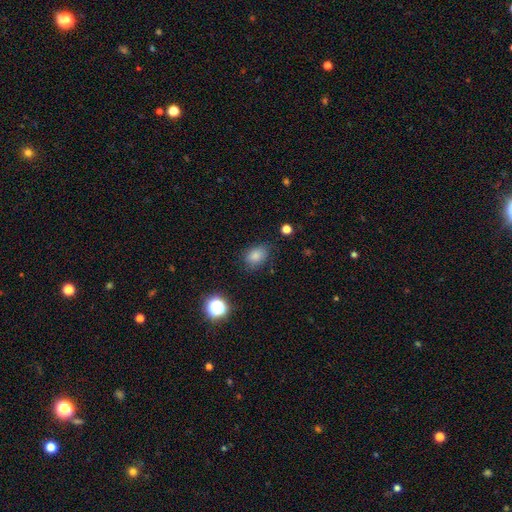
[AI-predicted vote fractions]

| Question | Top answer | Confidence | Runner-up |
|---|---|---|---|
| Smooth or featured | smooth | 81% | star or artifact (13%) |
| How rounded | in between | 67% | round (32%) |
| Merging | none | 76% | minor disturbance (17%) |